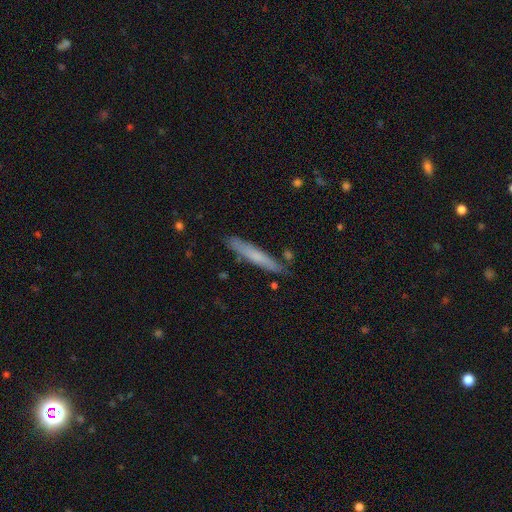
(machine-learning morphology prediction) The model was most divided on "smooth or featured": smooth: 61%, featured or disk: 32%, star or artifact: 6%. More confident: how rounded — cigar-shaped (94%); merging — none (83%).